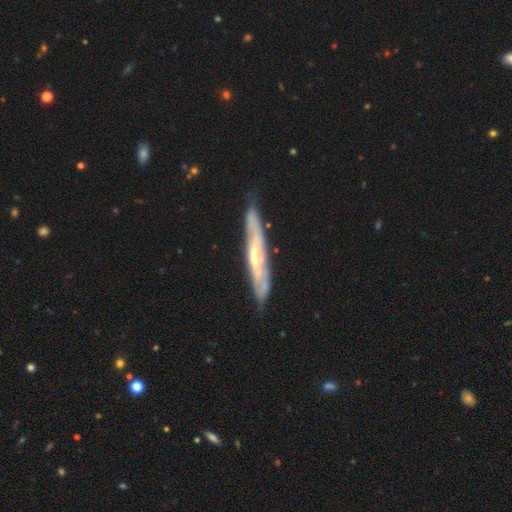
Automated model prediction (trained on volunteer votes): smooth_or_featured: featured or disk (p=0.68) [alt: smooth p=0.26]
disk_edge_on: yes (p=0.65) [alt: no p=0.35]
merging: none (p=0.74) [alt: minor disturbance p=0.20]